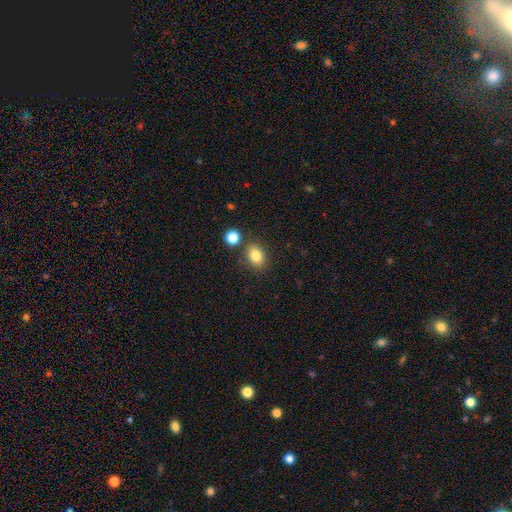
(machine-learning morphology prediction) Smooth or featured: smooth — 83% (star or artifact — 10%)
How rounded: in between — 71% (round — 28%)
Merging: none — 77% (minor disturbance — 11%)